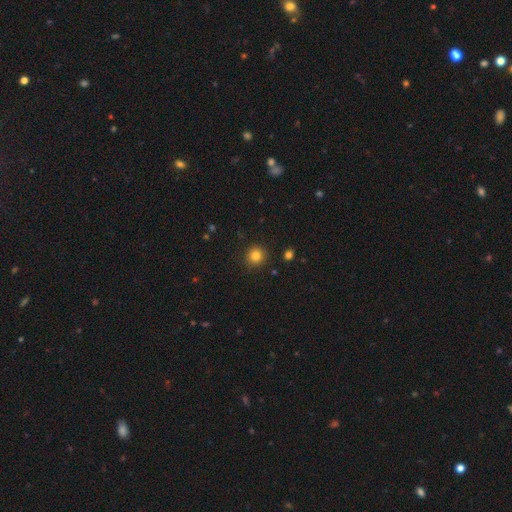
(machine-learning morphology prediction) smooth 82%, star or artifact 12%, featured or disk 6%. Down the decision tree: how rounded — round (91%); merging — none (90%).